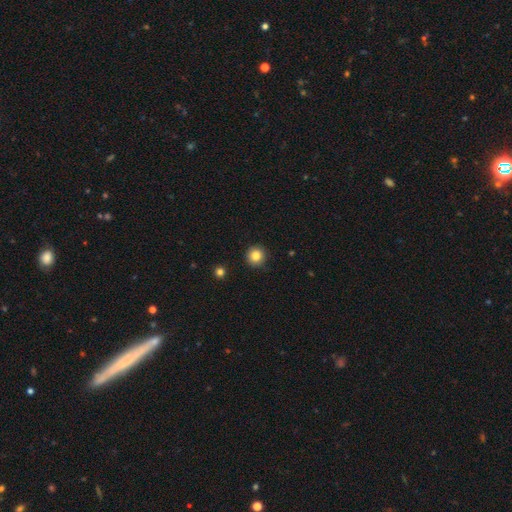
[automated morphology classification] Smooth or featured? Predicted: smooth (p=0.84). How rounded? Predicted: round (p=0.95). Merging? Predicted: none (p=0.92).